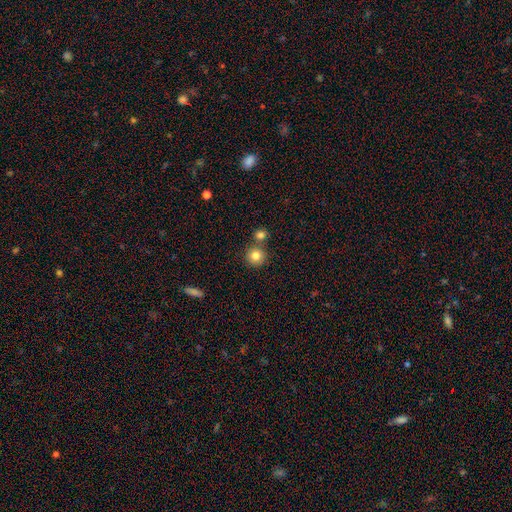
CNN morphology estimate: Smooth or featured: smooth — 82% (star or artifact — 11%)
How rounded: round — 92% (in between — 7%)
Merging: none — 72% (merger — 18%)